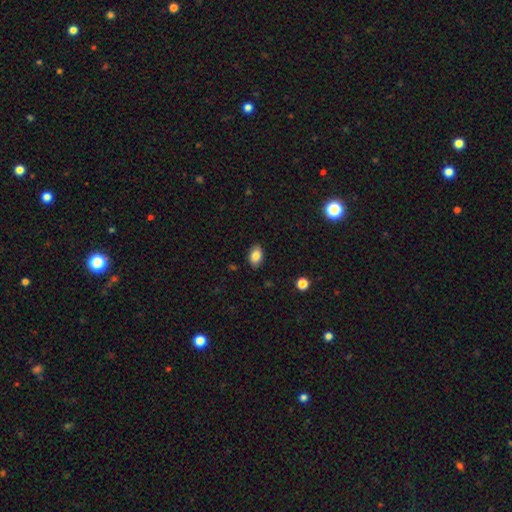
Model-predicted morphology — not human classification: Overall: smooth (85%). How rounded: in between (87%). Merging: none (87%).